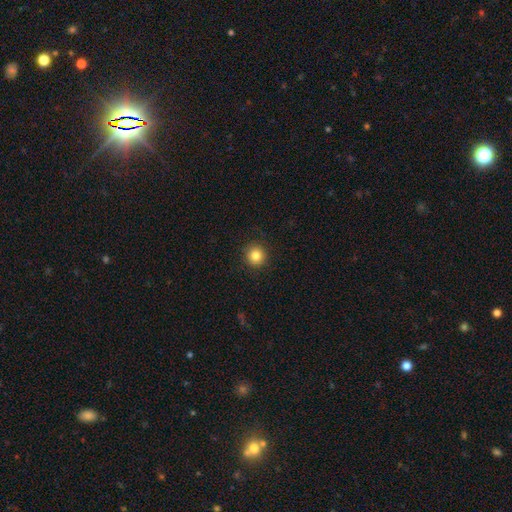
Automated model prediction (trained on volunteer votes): Morphology: type=smooth (84%); roundness=round (94%); merging=none (91%).